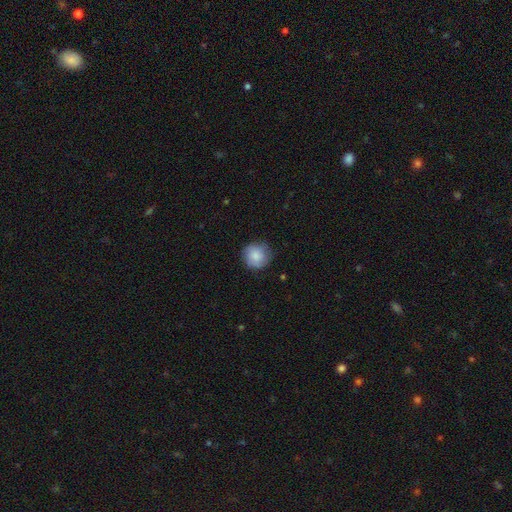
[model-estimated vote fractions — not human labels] This is clearly a smooth galaxy (81%). How rounded: clearly round (92%). Merging: likely none (80%).